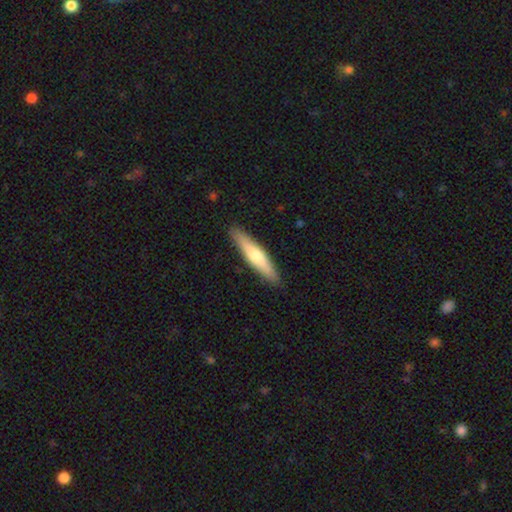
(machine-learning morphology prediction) A smooth galaxy with no disk features (58%) that is cigar-shaped (86%). Merging: none (90%).